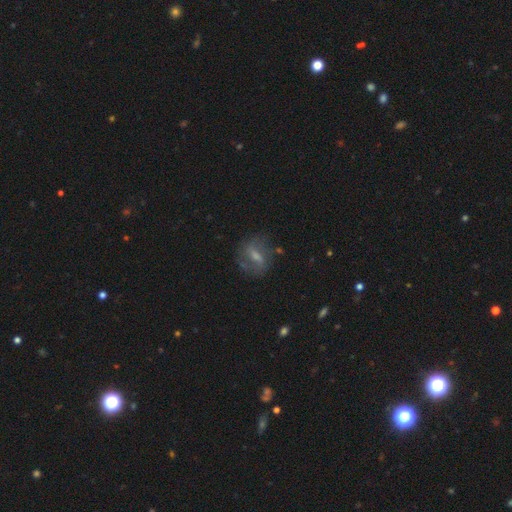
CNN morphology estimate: A featured or disk galaxy (56%) with a weak bar (45%), spiral arms (68%) and a small central bulge (41%). Merging: none (73%).